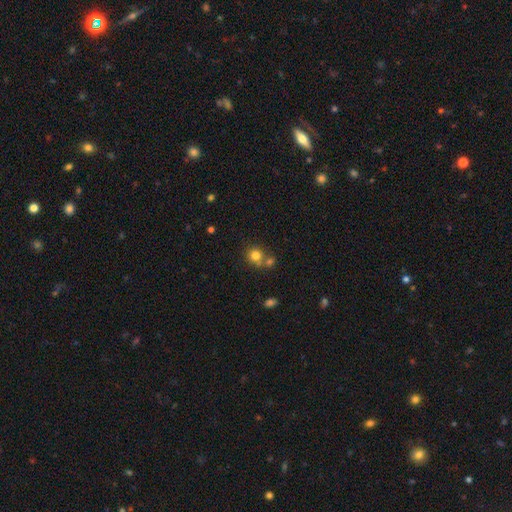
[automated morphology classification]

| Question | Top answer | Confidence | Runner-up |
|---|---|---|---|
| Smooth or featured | smooth | 79% | star or artifact (13%) |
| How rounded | round | 87% | in between (12%) |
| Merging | none | 55% | merger (33%) |